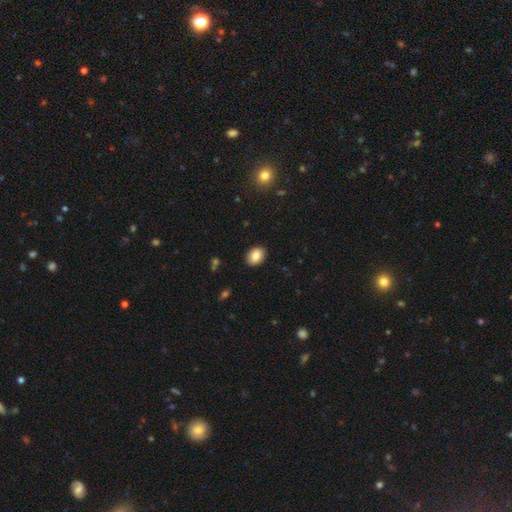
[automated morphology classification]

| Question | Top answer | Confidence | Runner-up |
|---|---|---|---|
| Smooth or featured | smooth | 84% | featured or disk (8%) |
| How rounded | in between | 72% | round (27%) |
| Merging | none | 89% | minor disturbance (8%) |